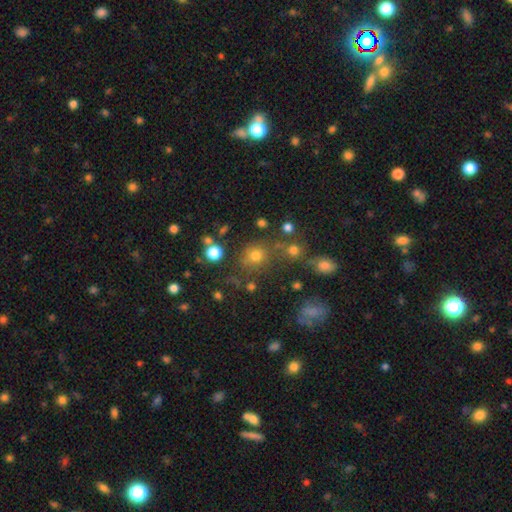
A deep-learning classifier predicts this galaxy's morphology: This is likely a smooth galaxy (70%). How rounded: clearly round (83%). Merging: likely none (70%).